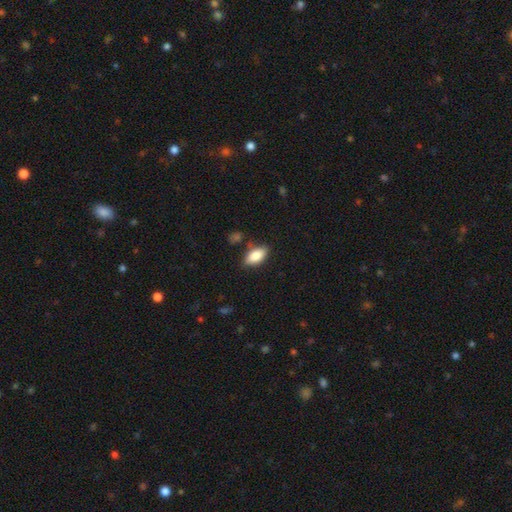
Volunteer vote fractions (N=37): Morphology: type=smooth (81%); roundness=in between (90%); merging=none (80%).